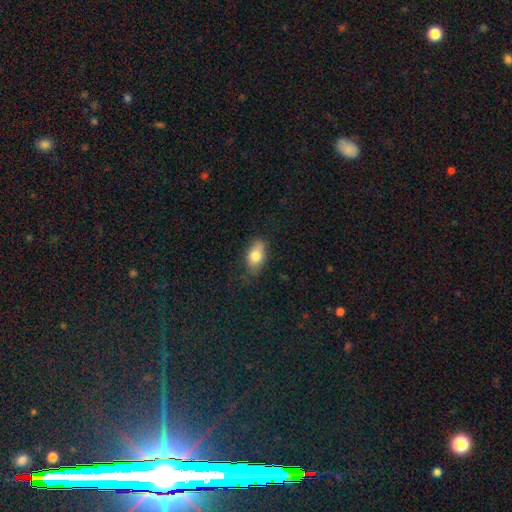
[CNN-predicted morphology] smooth_or_featured: smooth (p=0.79) [alt: featured or disk p=0.14]
how_rounded: in between (p=0.88) [alt: round p=0.08]
merging: none (p=0.70) [alt: minor disturbance p=0.22]